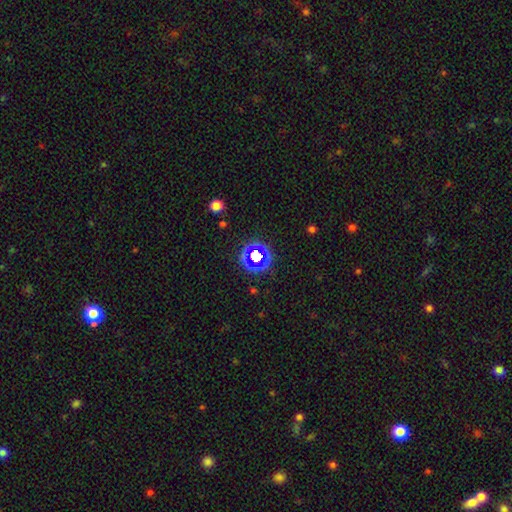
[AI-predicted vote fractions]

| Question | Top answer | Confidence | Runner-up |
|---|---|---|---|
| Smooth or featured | star or artifact | 68% | smooth (22%) |